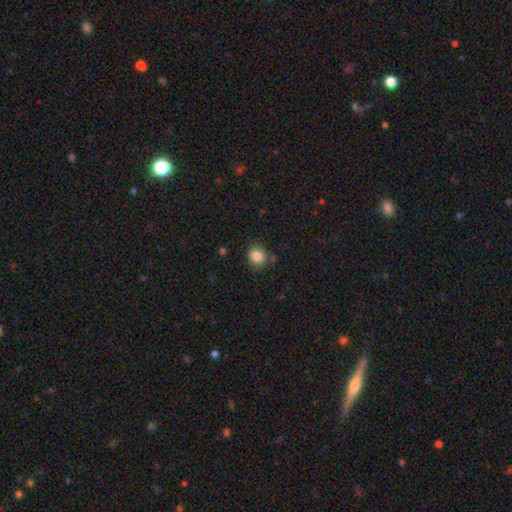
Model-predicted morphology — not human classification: smooth_or_featured: smooth (p=0.85) [alt: star or artifact p=0.10]
how_rounded: round (p=0.69) [alt: in between p=0.30]
merging: none (p=0.75) [alt: minor disturbance p=0.17]